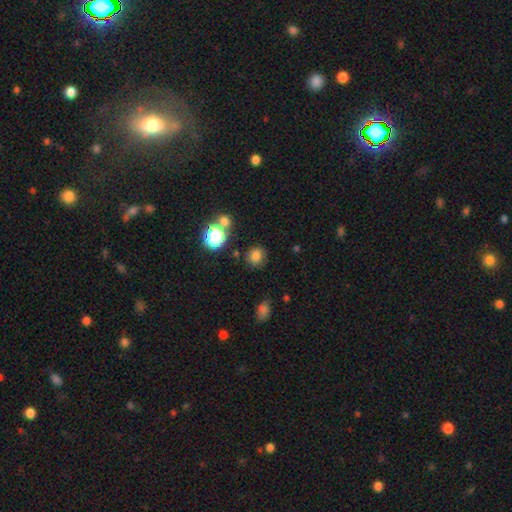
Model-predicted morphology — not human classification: Smooth or featured?
  - smooth: 78% *
  - star or artifact: 16%
  - featured or disk: 6%
How rounded?
  - round: 82% *
  - in between: 17%
  - cigar-shaped: 1%
Merging?
  - none: 80% *
  - minor disturbance: 11%
  - merger: 5%
  - major disturbance: 4%